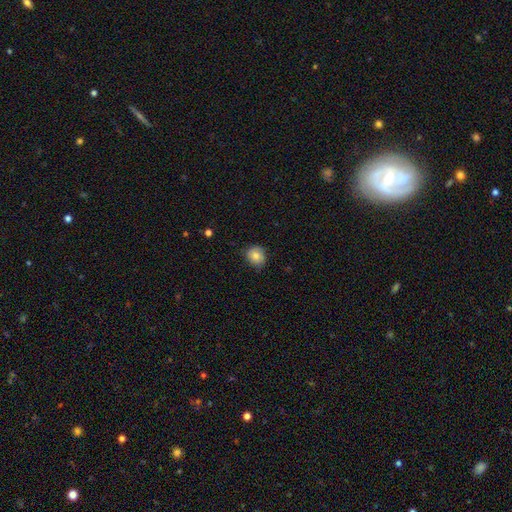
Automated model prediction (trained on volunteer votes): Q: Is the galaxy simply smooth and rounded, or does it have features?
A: smooth — 80%.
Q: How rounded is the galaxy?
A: round — 80%.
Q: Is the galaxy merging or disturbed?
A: none — 76%.